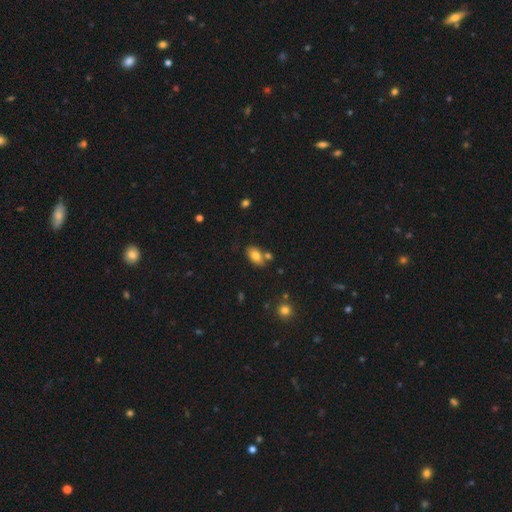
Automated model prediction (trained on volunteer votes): This is likely a smooth galaxy (79%). How rounded: clearly in between (91%). Merging: likely none (68%).